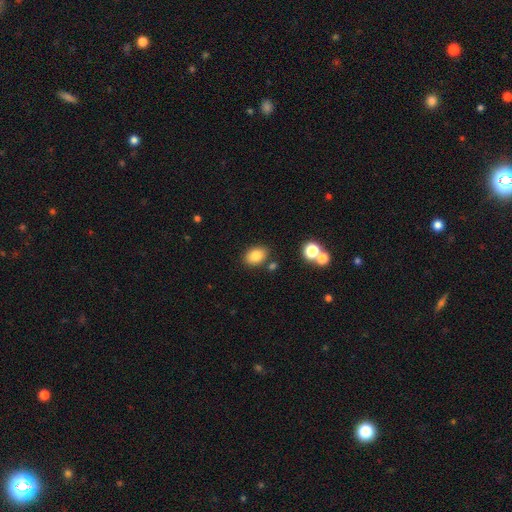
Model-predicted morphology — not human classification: Smooth or featured? smooth (82%)
How rounded? in between (75%)
Merging? none (82%)